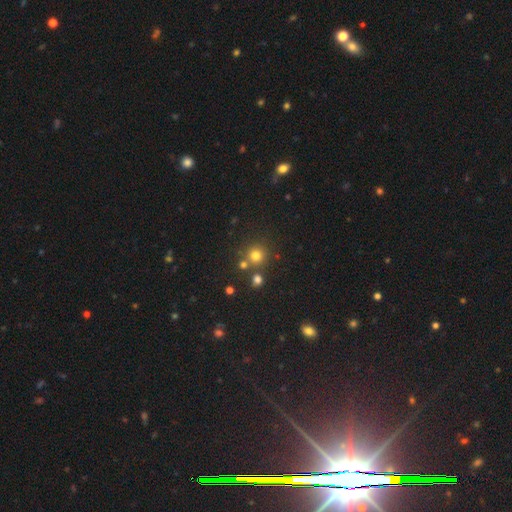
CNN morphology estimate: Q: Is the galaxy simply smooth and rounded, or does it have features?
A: smooth — 75%.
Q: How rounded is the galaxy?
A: round — 92%.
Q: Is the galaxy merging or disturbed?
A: none — 73%.